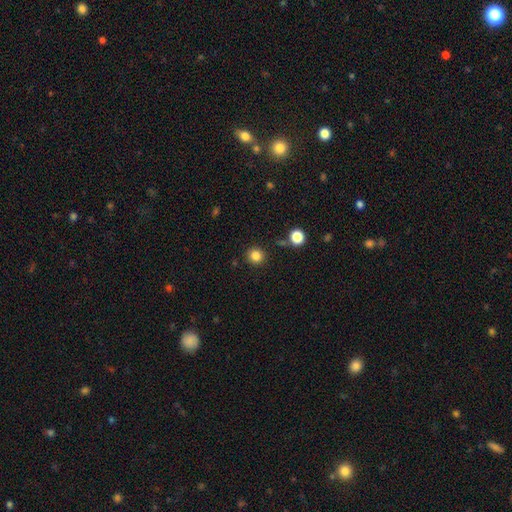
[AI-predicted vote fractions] smooth_or_featured: smooth (p=0.84) [alt: star or artifact p=0.12]
how_rounded: round (p=0.92) [alt: in between p=0.07]
merging: none (p=0.88) [alt: minor disturbance p=0.07]